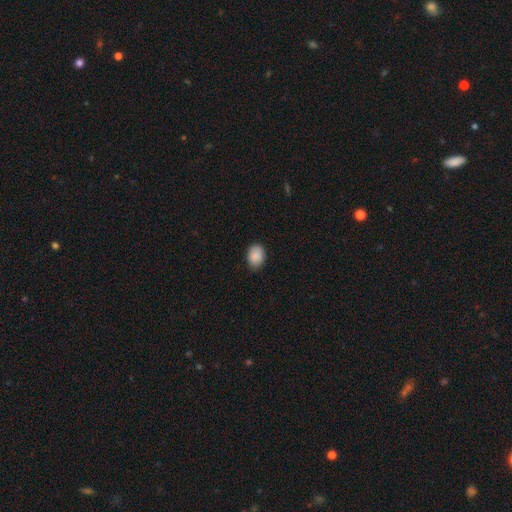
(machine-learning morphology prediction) Smooth or featured? Predicted: smooth (p=0.88). How rounded? Predicted: in between (p=0.67). Merging? Predicted: none (p=0.81).